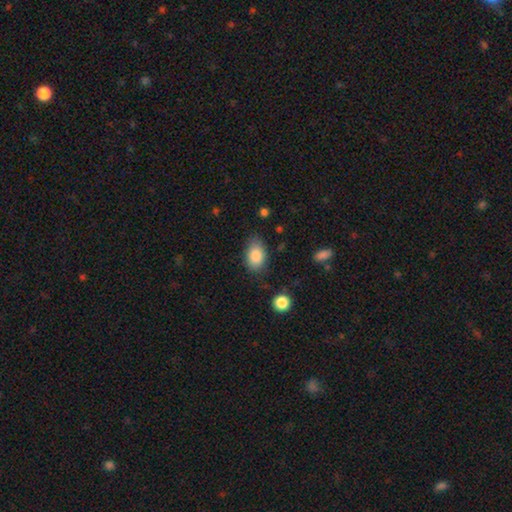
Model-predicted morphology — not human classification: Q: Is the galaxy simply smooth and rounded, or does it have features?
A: smooth — 85%.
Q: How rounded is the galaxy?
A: in between — 88%.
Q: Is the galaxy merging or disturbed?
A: none — 75%.